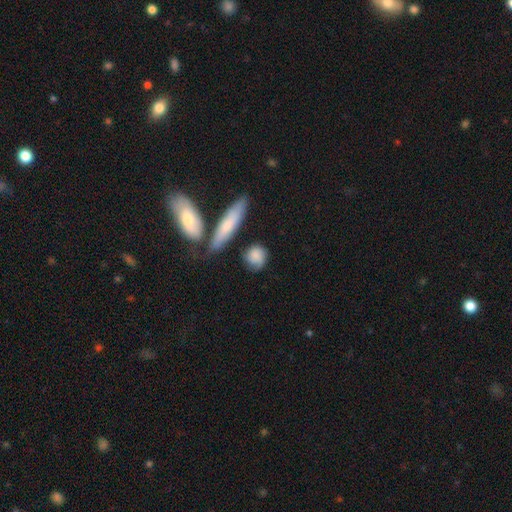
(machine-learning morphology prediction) The model was most divided on "merging": none: 63%, minor disturbance: 22%, merger: 8%, major disturbance: 7%. More confident: smooth or featured — smooth (76%); how rounded — round (67%).